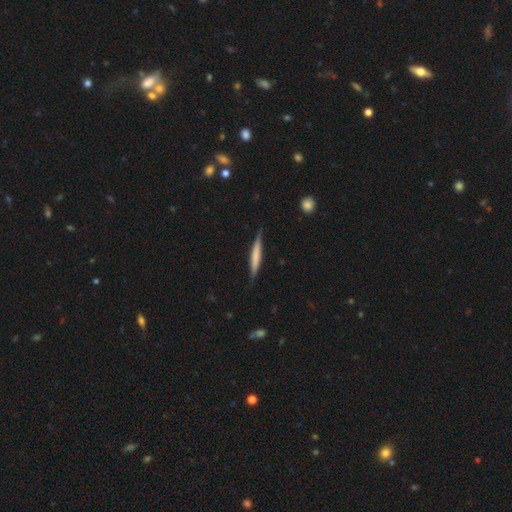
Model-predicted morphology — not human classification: smooth_or_featured: smooth (p=0.54) [alt: featured or disk p=0.41]
how_rounded: cigar-shaped (p=0.94) [alt: in between p=0.05]
merging: none (p=0.83) [alt: minor disturbance p=0.13]